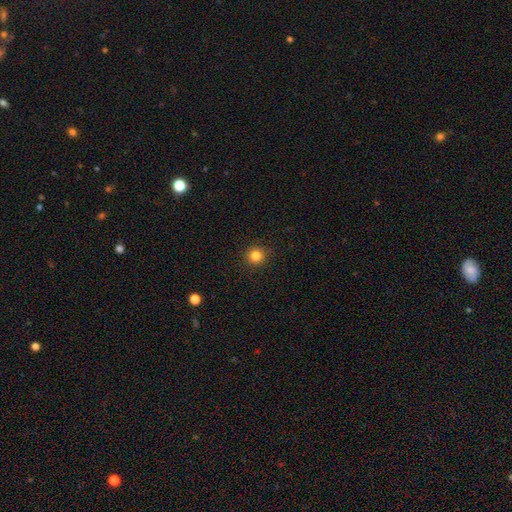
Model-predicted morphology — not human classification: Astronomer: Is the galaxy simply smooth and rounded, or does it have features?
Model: smooth — 83%.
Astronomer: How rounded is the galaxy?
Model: round — 94%.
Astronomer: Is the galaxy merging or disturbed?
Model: none — 92%.